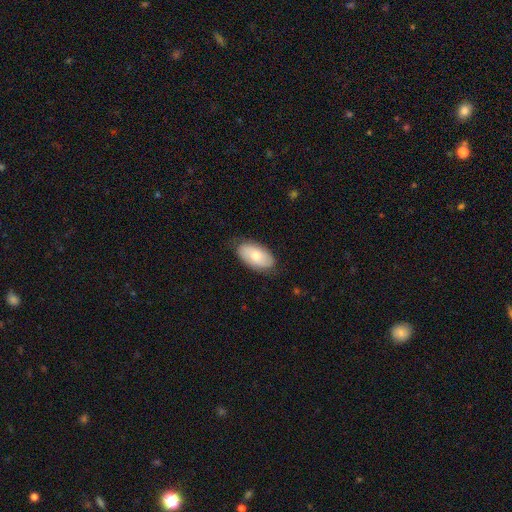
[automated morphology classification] smooth-or-featured: smooth: 68% | featured or disk: 26% | star or artifact: 6%
  how-rounded: in between: 95% | round: 3% | cigar-shaped: 2%
  merging: none: 77% | minor disturbance: 18% | major disturbance: 4% | merger: 1%